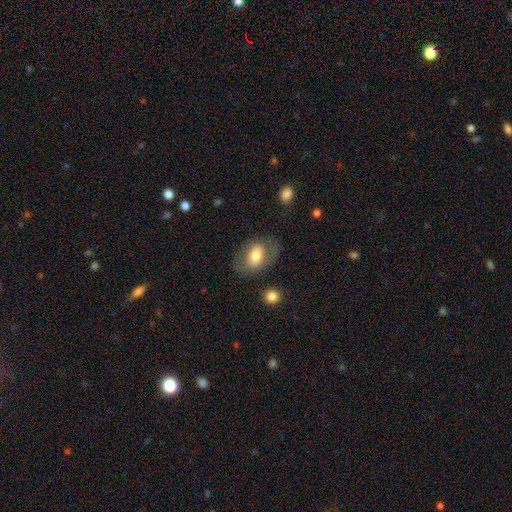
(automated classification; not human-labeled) Q: Smooth or featured?
A: smooth (56%); runner-up: featured or disk (37%)
Q: How rounded?
A: in between (83%); runner-up: round (16%)
Q: Merging?
A: none (70%); runner-up: minor disturbance (16%)